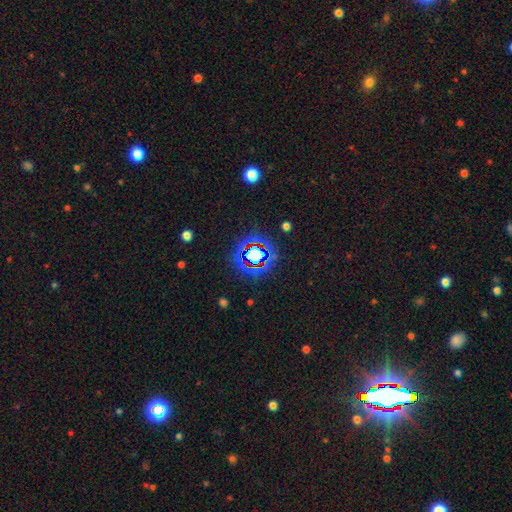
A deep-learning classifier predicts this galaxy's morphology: type=star or artifact (78%).